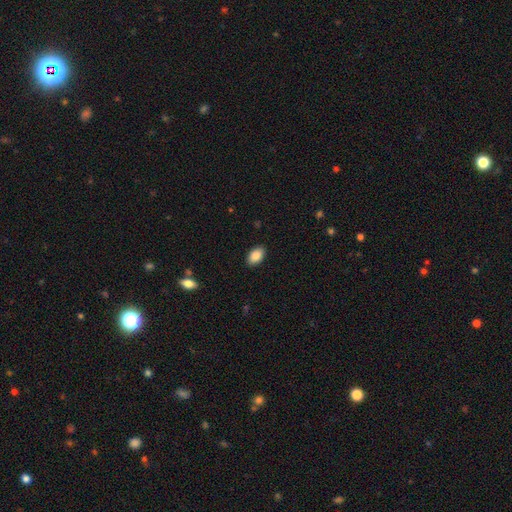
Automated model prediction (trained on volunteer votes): Smooth or featured: smooth — 88% (star or artifact — 7%)
How rounded: in between — 91% (round — 8%)
Merging: none — 89% (minor disturbance — 8%)